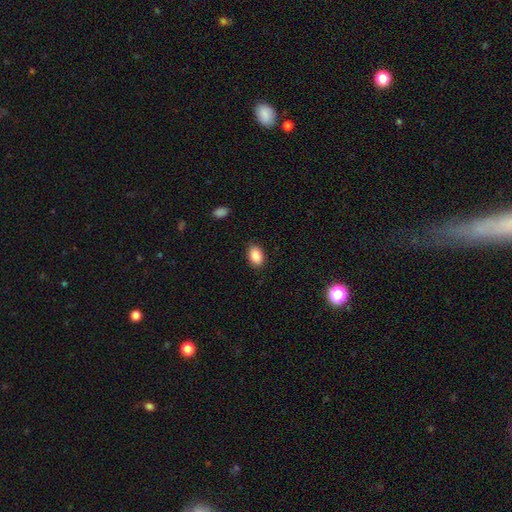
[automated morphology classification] type=smooth (89%); roundness=in between (87%); merging=none (87%).